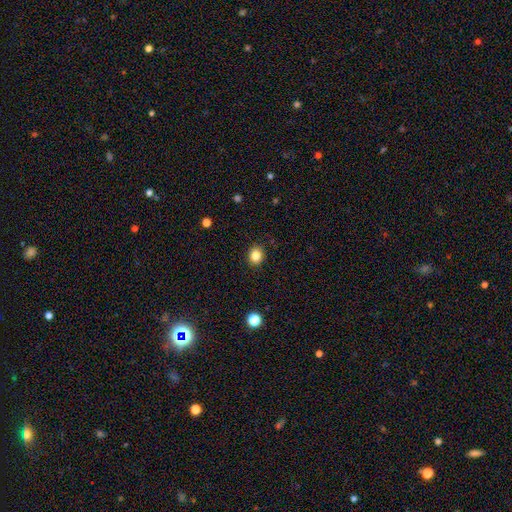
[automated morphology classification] smooth_or_featured: smooth (p=0.84) [alt: star or artifact p=0.11]
how_rounded: round (p=0.71) [alt: in between p=0.29]
merging: none (p=0.91) [alt: minor disturbance p=0.06]